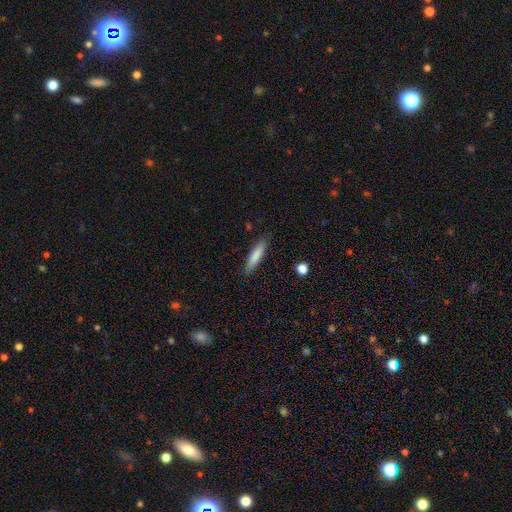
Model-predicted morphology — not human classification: smooth_or_featured: smooth (p=0.80) [alt: featured or disk p=0.14]
how_rounded: cigar-shaped (p=0.84) [alt: in between p=0.15]
merging: none (p=0.86) [alt: minor disturbance p=0.11]